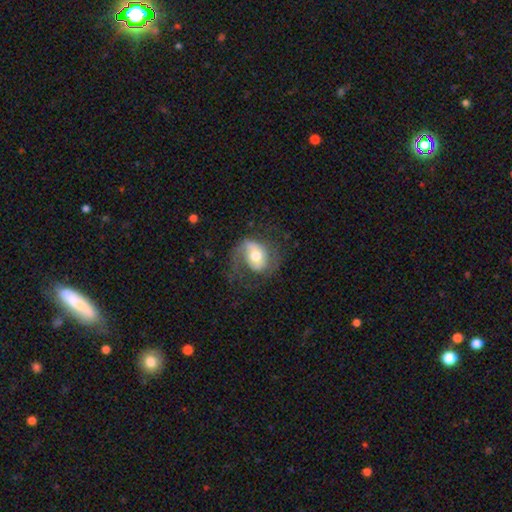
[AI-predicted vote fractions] Morphology: type=featured or disk (56%); edge-on=no (96%); bar=no (59%); spiral arms=yes (72%); bulge=moderate (69%); merging=none (46%).